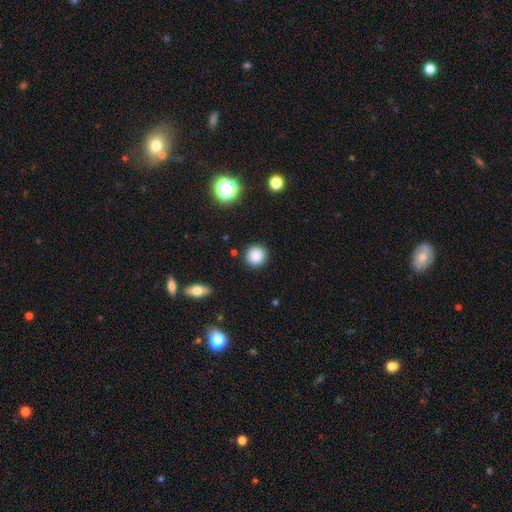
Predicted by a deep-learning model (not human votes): The model was most divided on "smooth or featured": smooth: 85%, star or artifact: 11%, featured or disk: 5%. More confident: how rounded — round (93%); merging — none (89%).